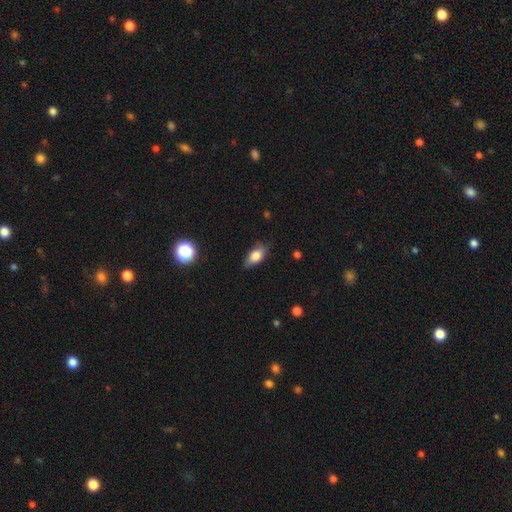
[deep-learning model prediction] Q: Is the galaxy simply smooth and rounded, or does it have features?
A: smooth — 77%.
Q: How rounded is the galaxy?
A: in between — 85%.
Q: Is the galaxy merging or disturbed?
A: none — 77%.